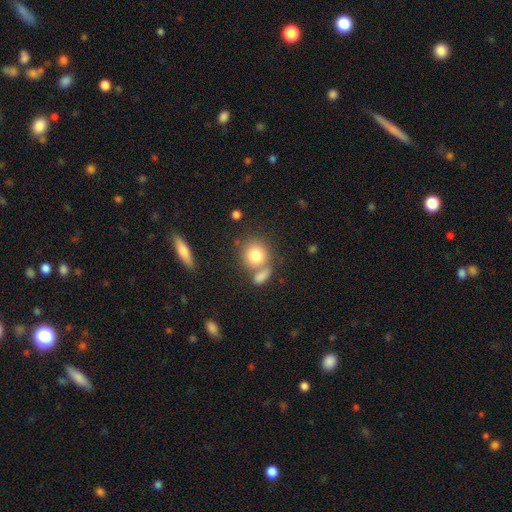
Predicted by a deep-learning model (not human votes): Smooth or featured? Predicted: smooth (p=0.79). How rounded? Predicted: round (p=0.79). Merging? Predicted: none (p=0.52).